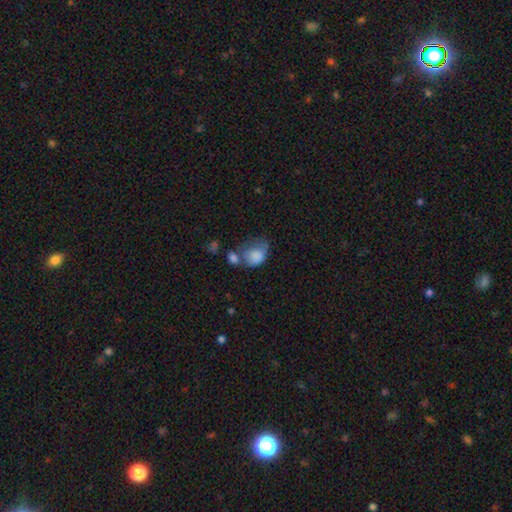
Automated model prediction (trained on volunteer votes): Smooth or featured? Predicted: smooth (p=0.79). How rounded? Predicted: in between (p=0.65). Merging? Predicted: merger (p=0.30).